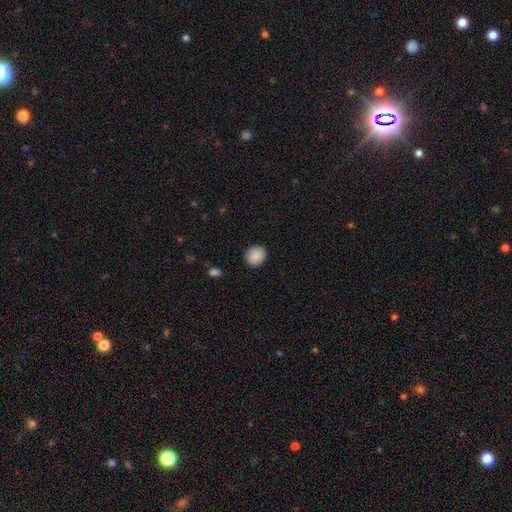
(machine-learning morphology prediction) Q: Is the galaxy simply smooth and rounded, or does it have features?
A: smooth — 89%.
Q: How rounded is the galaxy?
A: round — 73%.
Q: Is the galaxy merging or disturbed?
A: none — 90%.